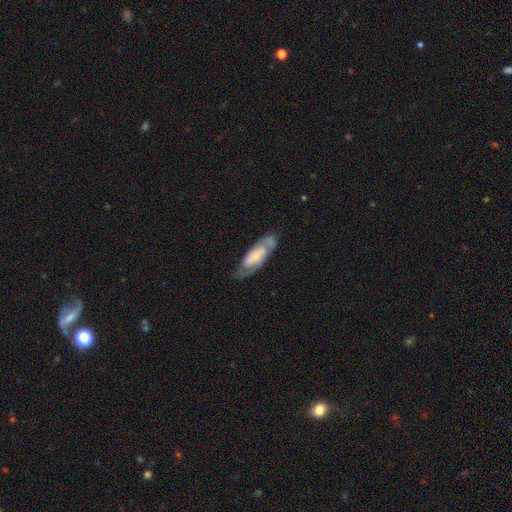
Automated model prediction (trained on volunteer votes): Smooth or featured? featured or disk (66%)
Edge-on disk? no (86%)
Bar? no (59%)
Spiral arms? yes (82%)
Bulge size? small (54%)
Merging? none (69%)